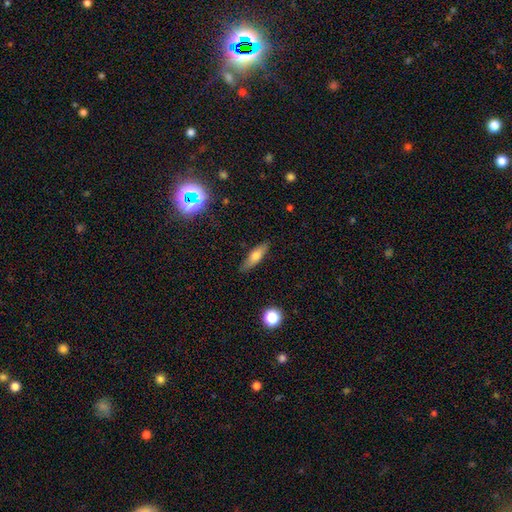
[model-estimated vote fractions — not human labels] Smooth or featured?
  - smooth: 67% *
  - featured or disk: 25%
  - star or artifact: 8%
How rounded?
  - cigar-shaped: 49% *
  - in between: 48%
  - round: 3%
Merging?
  - none: 84% *
  - minor disturbance: 12%
  - major disturbance: 2%
  - merger: 1%